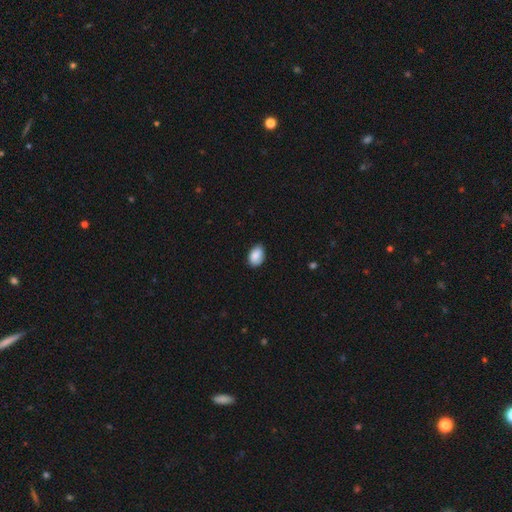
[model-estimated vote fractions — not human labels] Q: Smooth or featured?
A: smooth (86%); runner-up: star or artifact (7%)
Q: How rounded?
A: in between (87%); runner-up: round (12%)
Q: Merging?
A: none (76%); runner-up: minor disturbance (20%)